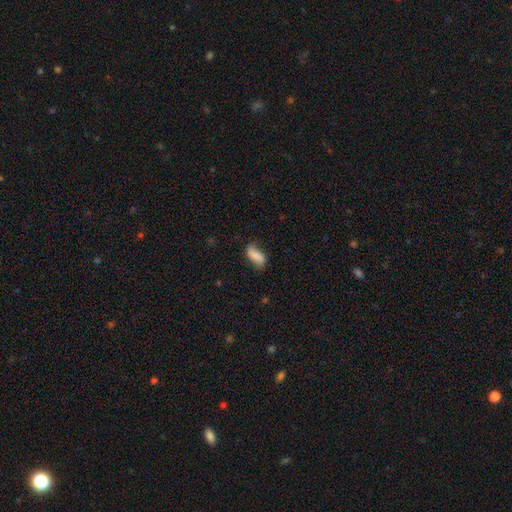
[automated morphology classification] A smooth galaxy with no disk features (70%) that is in between round and cigar-shaped (84%). Merging: none (61%).